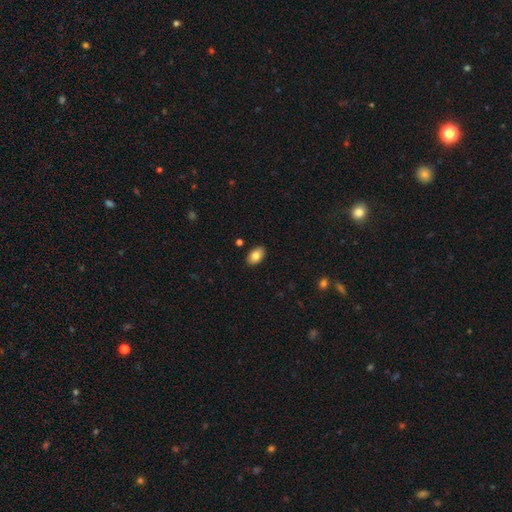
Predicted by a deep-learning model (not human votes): Q: Smooth or featured?
A: smooth (83%); runner-up: featured or disk (10%)
Q: How rounded?
A: in between (92%); runner-up: round (7%)
Q: Merging?
A: none (89%); runner-up: minor disturbance (8%)